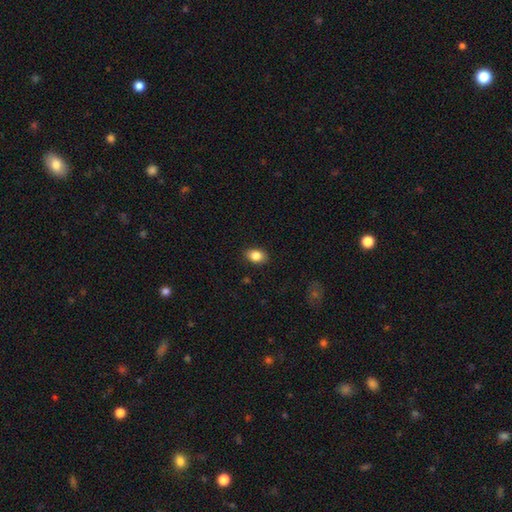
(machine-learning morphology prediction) The model was most divided on "how rounded": in between: 76%, round: 22%, cigar-shaped: 1%. More confident: merging — none (87%); smooth or featured — smooth (85%).